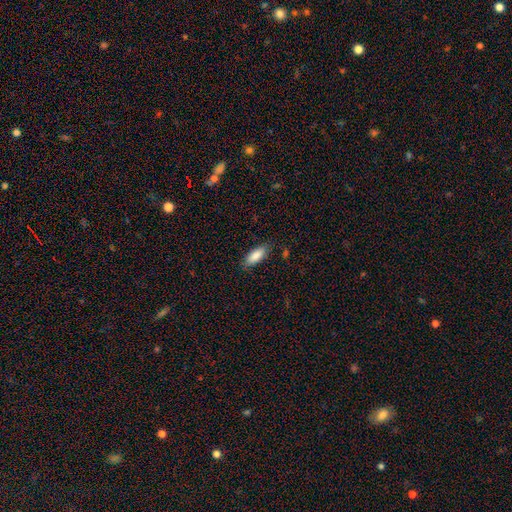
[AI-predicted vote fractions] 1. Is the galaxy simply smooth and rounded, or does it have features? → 87% smooth, 7% featured or disk, 6% star or artifact.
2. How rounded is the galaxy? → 77% in between, 21% cigar-shaped, 2% round.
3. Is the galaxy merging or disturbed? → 83% none, 13% minor disturbance, 3% major disturbance, 1% merger.